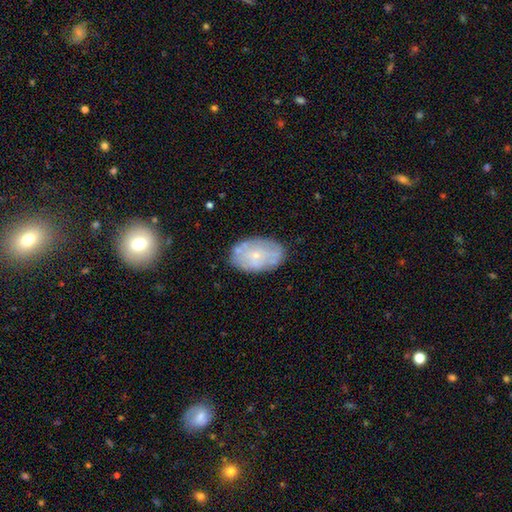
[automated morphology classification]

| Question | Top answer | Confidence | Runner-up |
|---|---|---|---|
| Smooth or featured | smooth | 48% | featured or disk (45%) |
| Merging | none | 75% | minor disturbance (18%) |